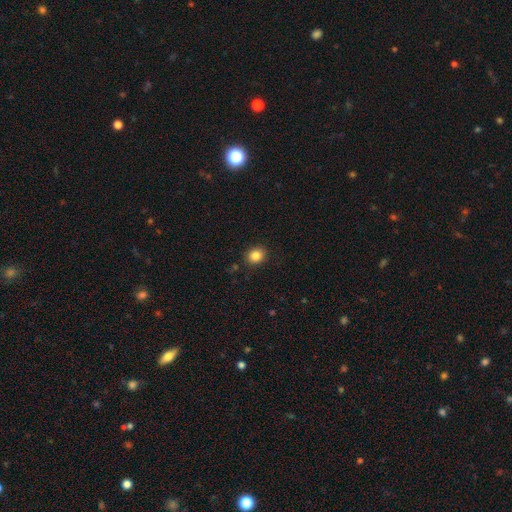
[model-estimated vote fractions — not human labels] This is clearly a smooth galaxy (85%). How rounded: likely round (67%). Merging: clearly none (89%).